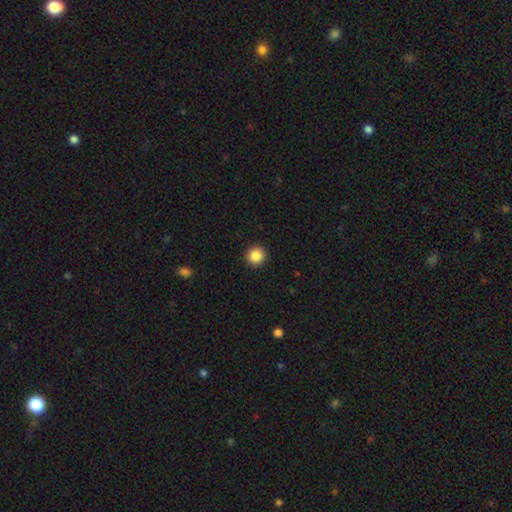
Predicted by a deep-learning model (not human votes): The model was most divided on "smooth or featured": smooth: 87%, star or artifact: 10%, featured or disk: 4%. More confident: how rounded — round (95%); merging — none (93%).